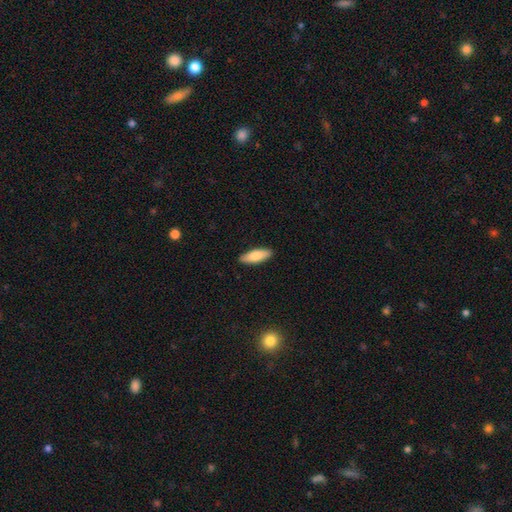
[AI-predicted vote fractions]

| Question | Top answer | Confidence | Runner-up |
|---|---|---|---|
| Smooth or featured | smooth | 83% | featured or disk (12%) |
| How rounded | in between | 62% | cigar-shaped (37%) |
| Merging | none | 90% | minor disturbance (8%) |